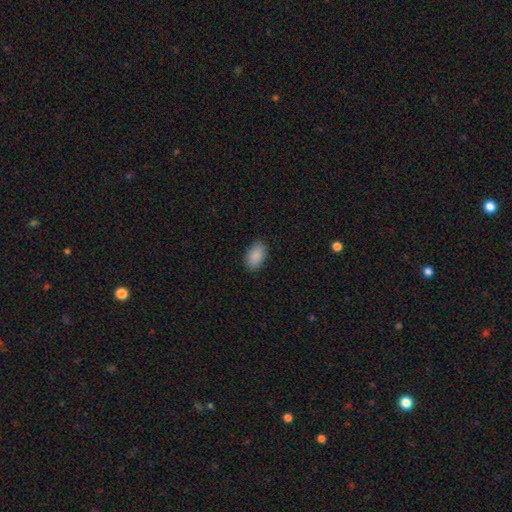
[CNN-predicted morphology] The model was most divided on "merging": none: 87%, minor disturbance: 10%, major disturbance: 2%, merger: 1%. More confident: how rounded — in between (93%); smooth or featured — smooth (89%).